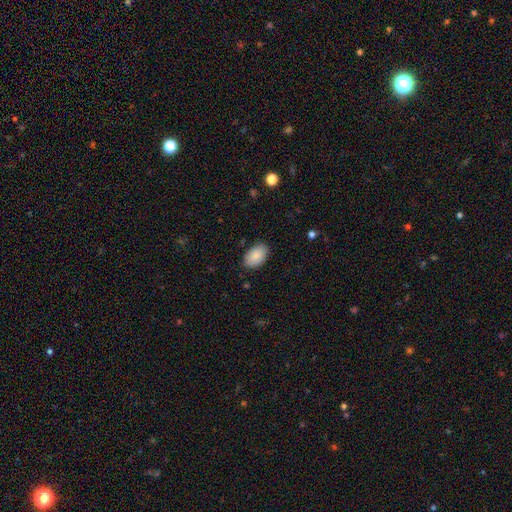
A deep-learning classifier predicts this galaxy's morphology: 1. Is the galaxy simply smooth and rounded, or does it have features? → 87% smooth, 7% featured or disk, 6% star or artifact.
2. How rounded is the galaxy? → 93% in between, 6% round, 1% cigar-shaped.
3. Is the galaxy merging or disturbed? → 86% none, 11% minor disturbance, 2% major disturbance, 1% merger.